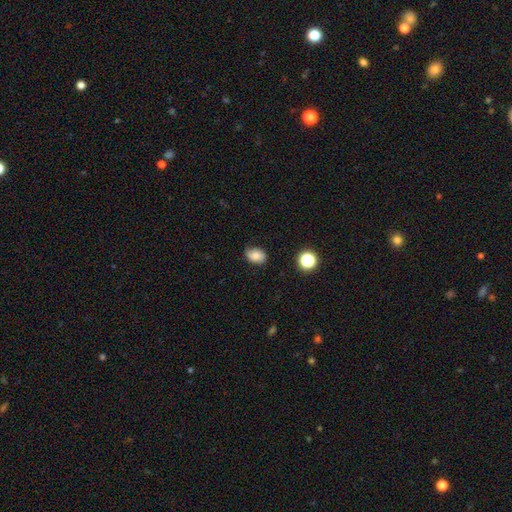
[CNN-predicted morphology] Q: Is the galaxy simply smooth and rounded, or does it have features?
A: smooth — 73%.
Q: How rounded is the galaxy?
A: in between — 76%.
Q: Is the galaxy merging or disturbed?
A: none — 75%.